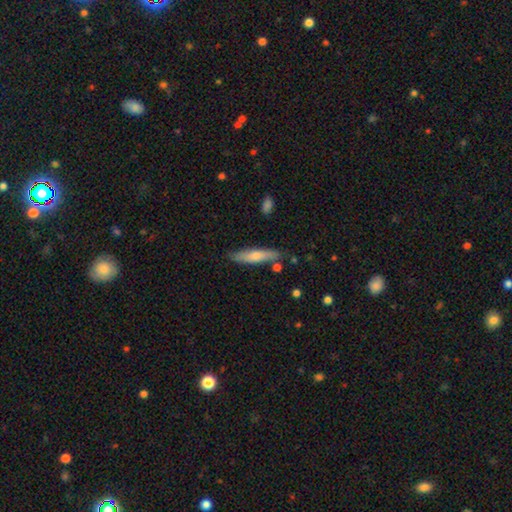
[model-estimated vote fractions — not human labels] Q: Smooth or featured?
A: smooth (60%); runner-up: featured or disk (34%)
Q: How rounded?
A: cigar-shaped (83%); runner-up: in between (15%)
Q: Merging?
A: none (82%); runner-up: minor disturbance (12%)